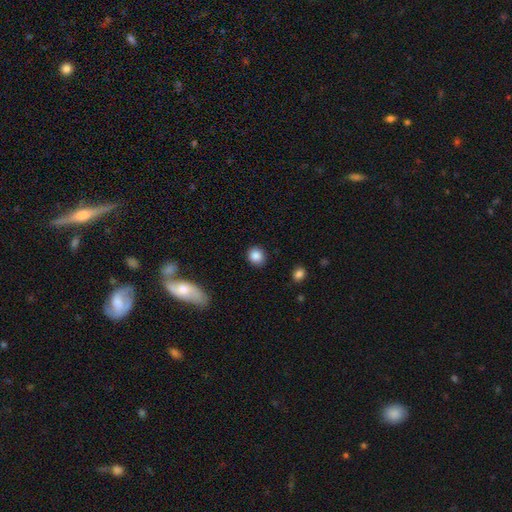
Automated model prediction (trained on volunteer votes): smooth 87%, star or artifact 9%, featured or disk 4%. Down the decision tree: how rounded — round (82%); merging — none (89%).